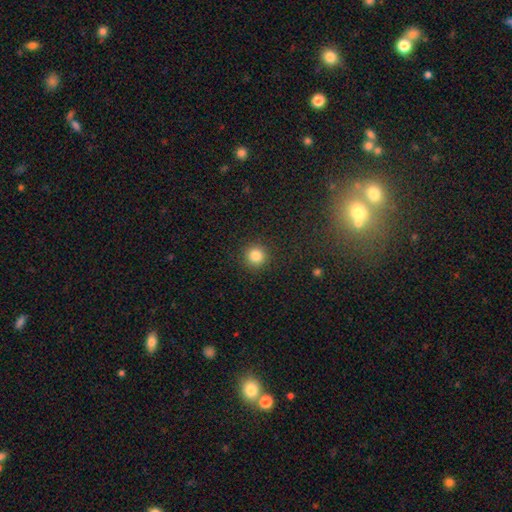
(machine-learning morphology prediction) smooth 84%, star or artifact 11%, featured or disk 5%. Down the decision tree: how rounded — round (95%); merging — none (91%).